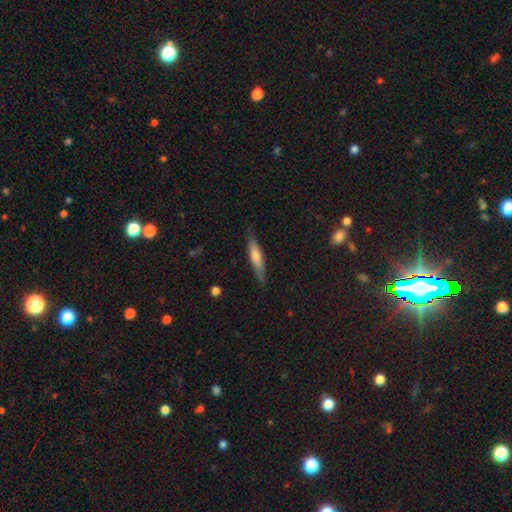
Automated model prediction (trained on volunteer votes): smooth_or_featured: smooth (p=0.64) [alt: featured or disk p=0.30]
how_rounded: cigar-shaped (p=0.85) [alt: in between p=0.14]
merging: none (p=0.83) [alt: minor disturbance p=0.13]